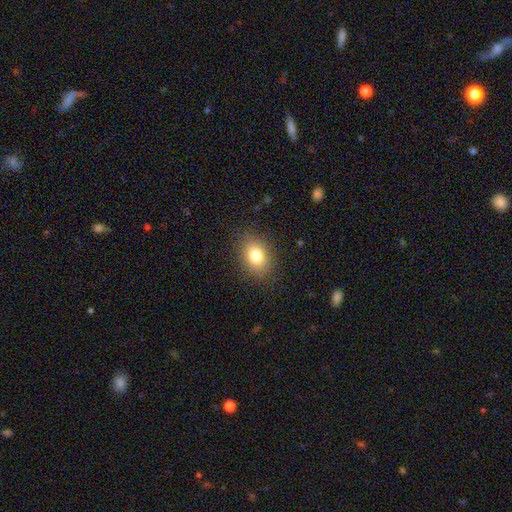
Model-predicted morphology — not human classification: Smooth or featured?
  - smooth: 80% *
  - star or artifact: 10%
  - featured or disk: 10%
How rounded?
  - in between: 70% *
  - round: 29%
  - cigar-shaped: 1%
Merging?
  - none: 85% *
  - minor disturbance: 10%
  - major disturbance: 4%
  - merger: 1%